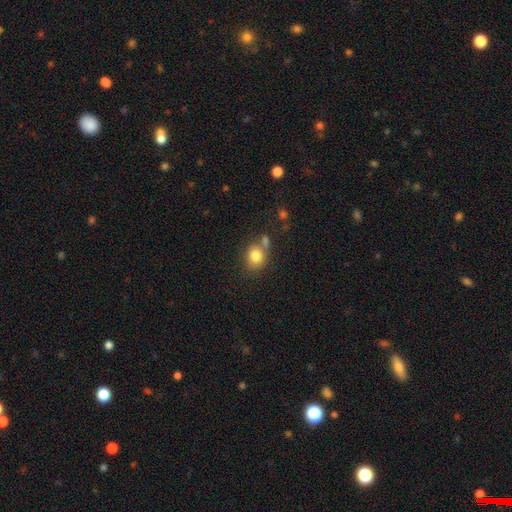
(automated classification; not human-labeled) This is clearly a smooth galaxy (81%). How rounded: possibly round (58%). Merging: possibly none (57%).